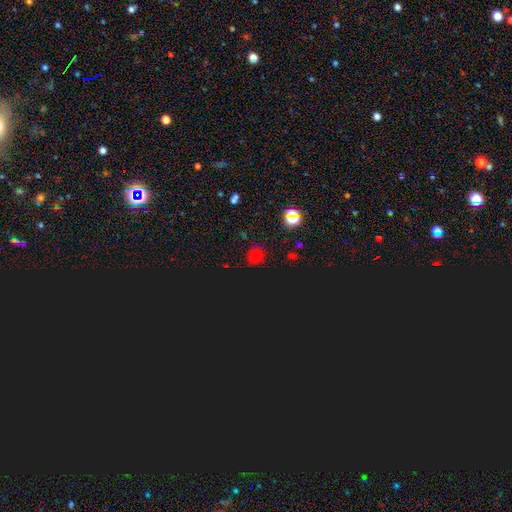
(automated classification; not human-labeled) smooth_or_featured: star or artifact (p=0.47) [tied with: smooth p=0.47]